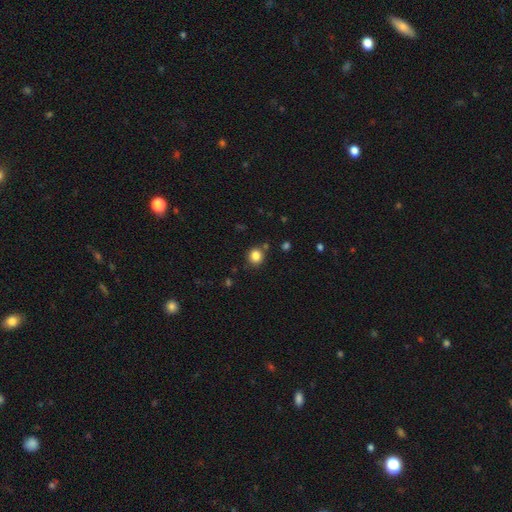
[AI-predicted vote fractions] Smooth or featured?
  - smooth: 84% *
  - star or artifact: 11%
  - featured or disk: 4%
How rounded?
  - round: 82% *
  - in between: 17%
  - cigar-shaped: 1%
Merging?
  - none: 83% *
  - minor disturbance: 10%
  - merger: 5%
  - major disturbance: 3%